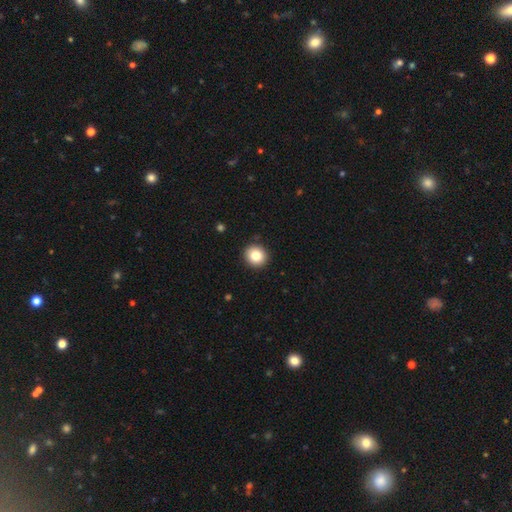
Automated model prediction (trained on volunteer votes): Smooth or featured: smooth — 82% (star or artifact — 10%)
How rounded: round — 89% (in between — 10%)
Merging: none — 92% (minor disturbance — 6%)